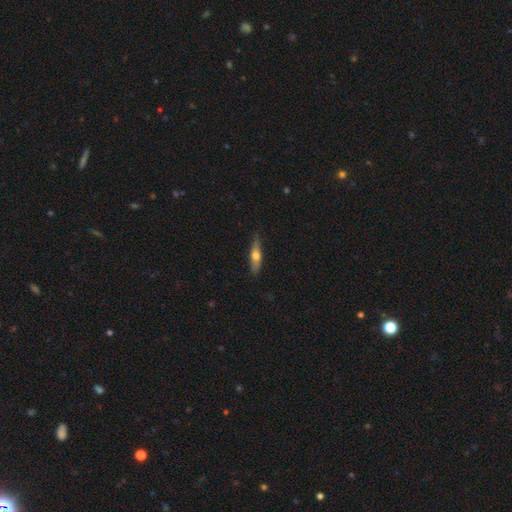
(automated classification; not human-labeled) Smooth or featured: smooth — 54% (featured or disk — 40%)
How rounded: cigar-shaped — 69% (in between — 29%)
Merging: none — 81% (minor disturbance — 15%)